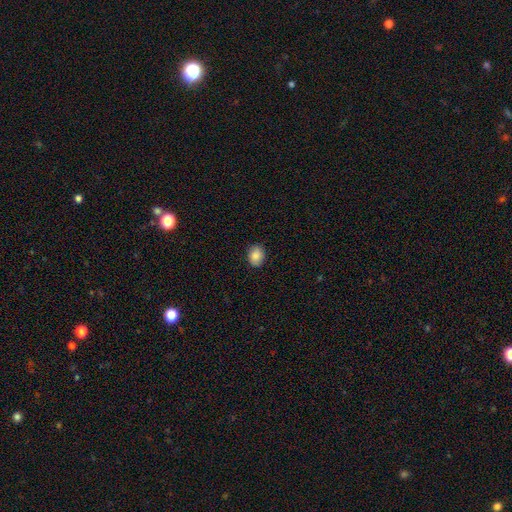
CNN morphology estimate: Smooth or featured? smooth (87%)
How rounded? in between (60%)
Merging? none (87%)